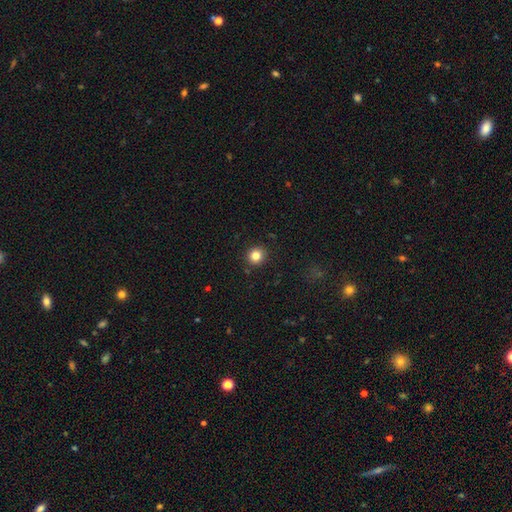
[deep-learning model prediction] Smooth or featured?
  - smooth: 82% *
  - star or artifact: 12%
  - featured or disk: 6%
How rounded?
  - round: 91% *
  - in between: 8%
  - cigar-shaped: 1%
Merging?
  - none: 91% *
  - minor disturbance: 6%
  - major disturbance: 2%
  - merger: 1%